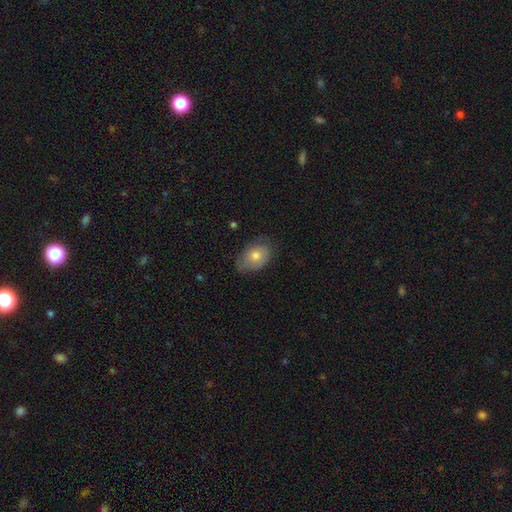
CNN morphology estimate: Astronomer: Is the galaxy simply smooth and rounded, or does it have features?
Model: smooth — 72%.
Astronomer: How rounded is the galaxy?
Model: in between — 81%.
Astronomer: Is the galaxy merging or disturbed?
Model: none — 69%.